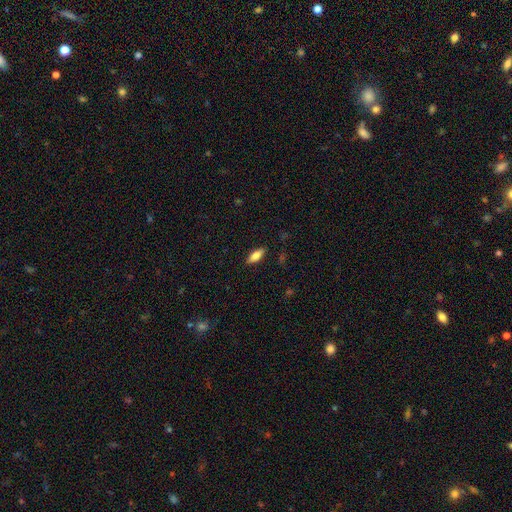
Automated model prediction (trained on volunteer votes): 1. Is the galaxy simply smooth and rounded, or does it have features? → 75% smooth, 18% featured or disk, 7% star or artifact.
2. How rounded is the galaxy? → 74% in between, 23% cigar-shaped, 2% round.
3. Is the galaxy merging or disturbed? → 88% none, 9% minor disturbance, 2% major disturbance, 1% merger.